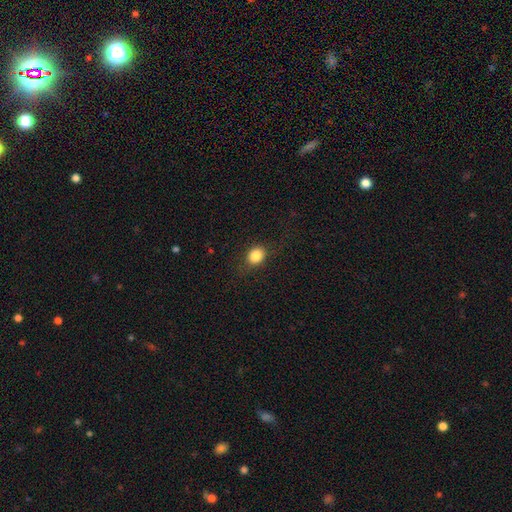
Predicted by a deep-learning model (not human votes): smooth-or-featured: smooth: 85% | star or artifact: 9% | featured or disk: 6%
  how-rounded: round: 54% | in between: 44% | cigar-shaped: 1%
  merging: none: 79% | minor disturbance: 14% | major disturbance: 6% | merger: 1%